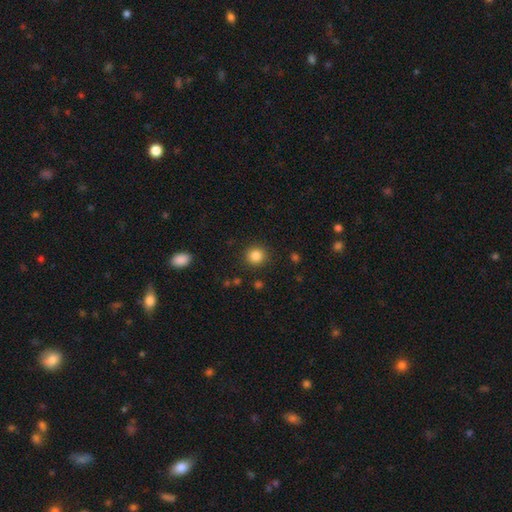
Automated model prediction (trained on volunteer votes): A smooth galaxy with no disk features (85%) that is round (90%).

Vote fractions:
- Smooth or featured? smooth: 85% / star or artifact: 11% / featured or disk: 4%
- How rounded? round: 90% / in between: 9% / cigar-shaped: 1%
- Merging? none: 89% / minor disturbance: 7% / major disturbance: 3% / merger: 1%